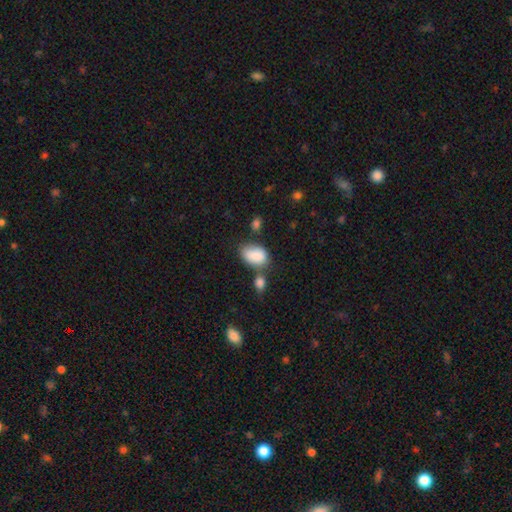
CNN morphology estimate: Smooth or featured? Predicted: smooth (p=0.85). How rounded? Predicted: in between (p=0.88). Merging? Predicted: none (p=0.47).